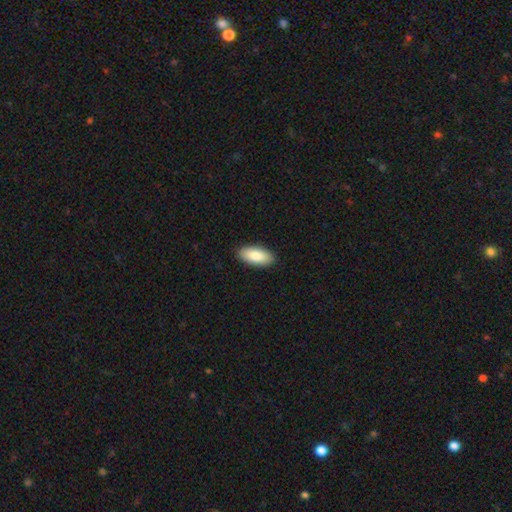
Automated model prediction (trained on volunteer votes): This is clearly a smooth galaxy (86%). How rounded: clearly in between (91%). Merging: clearly none (90%).